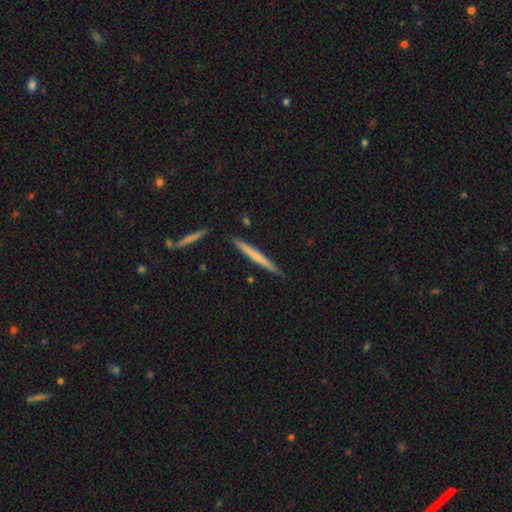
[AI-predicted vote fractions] Overall: smooth (57%; featured or disk 38%). How rounded: cigar-shaped (97%). Merging: none (89%).